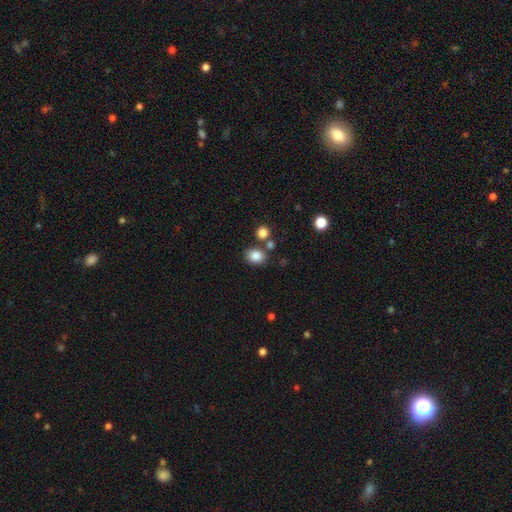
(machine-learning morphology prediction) Smooth or featured? smooth (84%)
How rounded? round (52%)
Merging? none (72%)